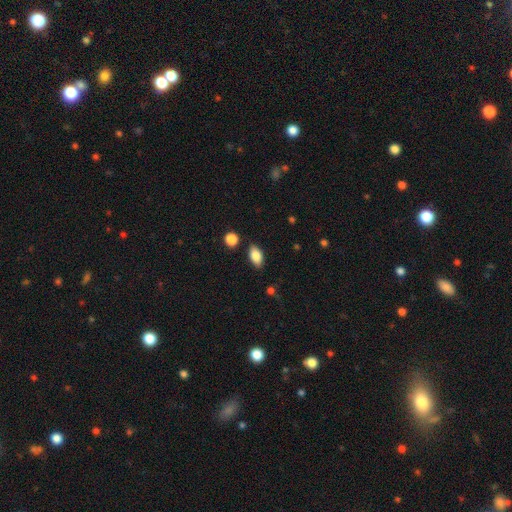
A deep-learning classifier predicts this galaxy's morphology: Q: Smooth or featured?
A: smooth (83%); runner-up: featured or disk (9%)
Q: How rounded?
A: in between (90%); runner-up: round (5%)
Q: Merging?
A: none (83%); runner-up: minor disturbance (11%)